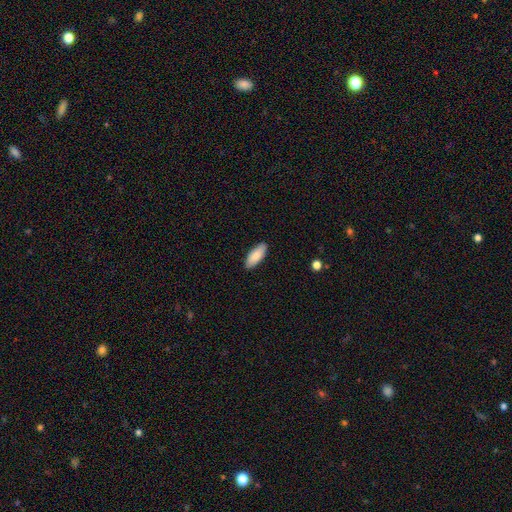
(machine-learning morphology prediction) smooth-or-featured: smooth: 87% | featured or disk: 7% | star or artifact: 5%
  how-rounded: in between: 77% | cigar-shaped: 22% | round: 2%
  merging: none: 89% | minor disturbance: 8% | major disturbance: 2% | merger: 1%